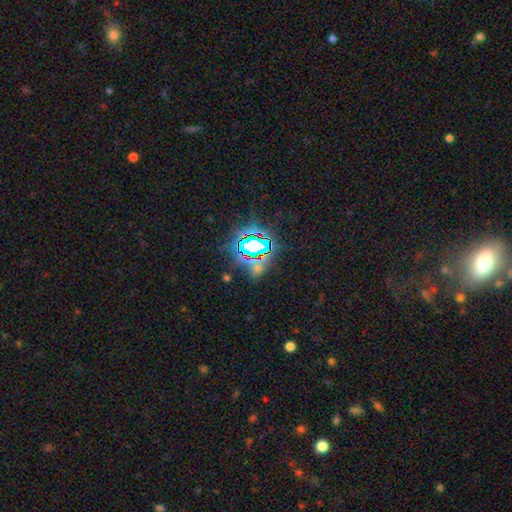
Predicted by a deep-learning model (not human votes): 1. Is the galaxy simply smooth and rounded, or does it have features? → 77% star or artifact, 13% smooth, 10% featured or disk.